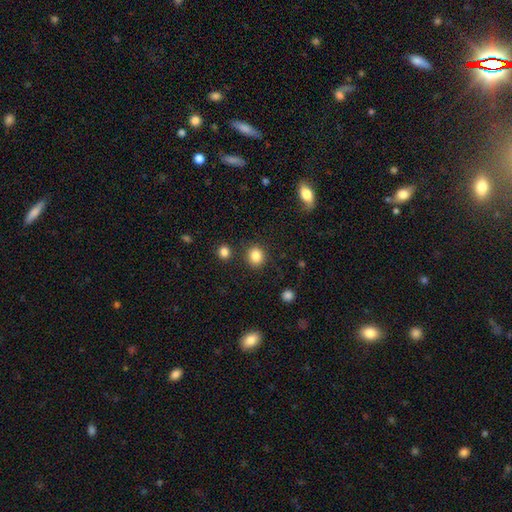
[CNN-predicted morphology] Q: Smooth or featured?
A: smooth (84%); runner-up: star or artifact (11%)
Q: How rounded?
A: round (82%); runner-up: in between (18%)
Q: Merging?
A: none (86%); runner-up: minor disturbance (8%)